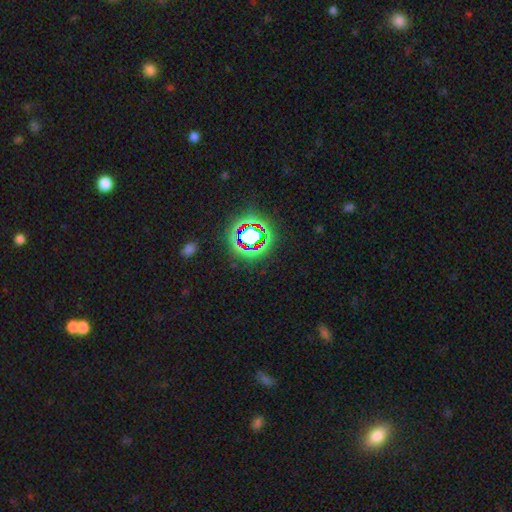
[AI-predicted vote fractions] Overall: star or artifact (75%).